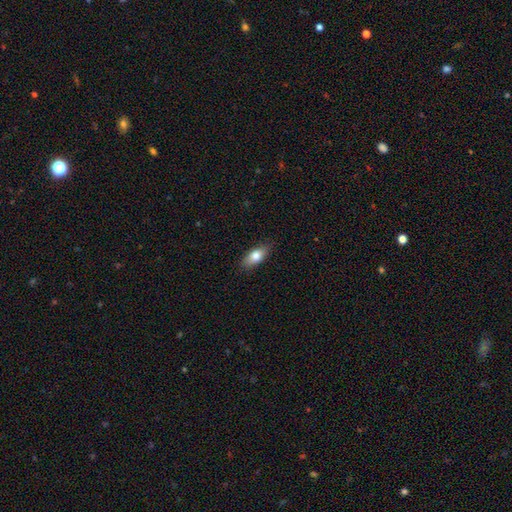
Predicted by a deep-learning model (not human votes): Smooth or featured? Predicted: smooth (p=0.77). How rounded? Predicted: in between (p=0.81). Merging? Predicted: none (p=0.85).